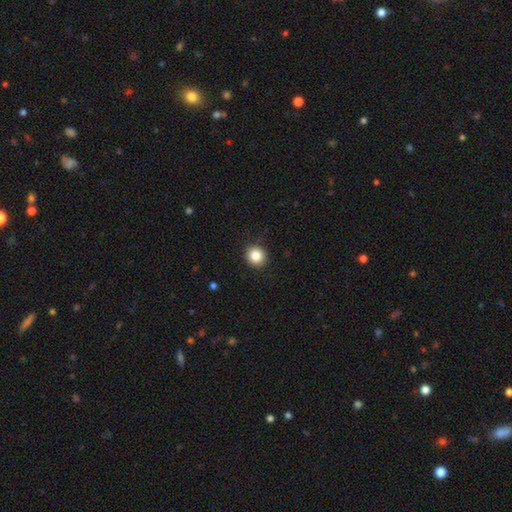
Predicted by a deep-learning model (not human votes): smooth 85%, star or artifact 10%, featured or disk 5%. Down the decision tree: how rounded — round (90%); merging — none (91%).